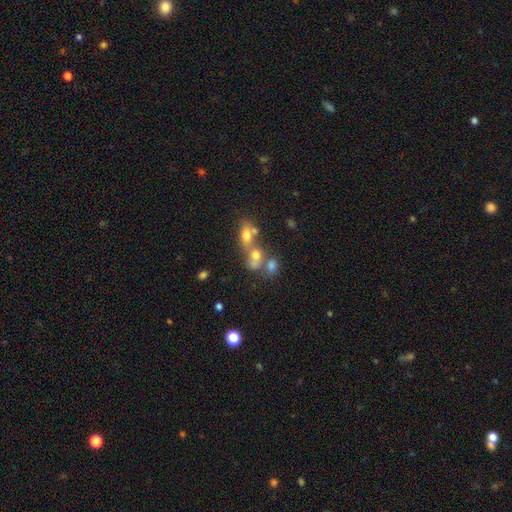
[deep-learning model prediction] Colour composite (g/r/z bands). It shows a smooth galaxy with no disk features (65%) that is in between round and cigar-shaped (57%). Merging: merger (57%).